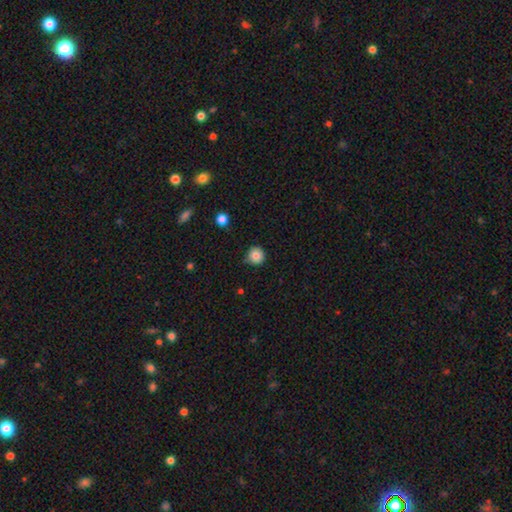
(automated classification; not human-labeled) Overall: smooth (83%). How rounded: round (94%). Merging: none (78%).